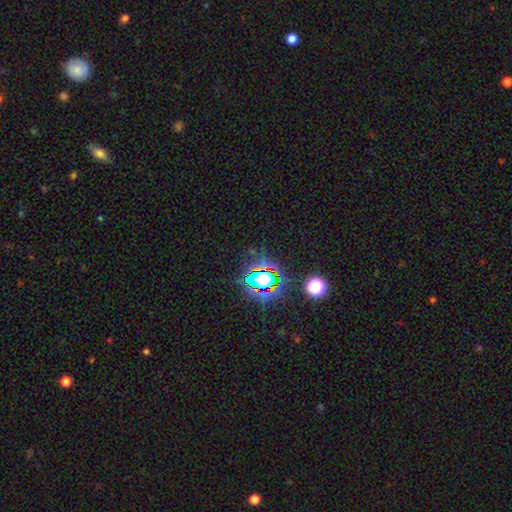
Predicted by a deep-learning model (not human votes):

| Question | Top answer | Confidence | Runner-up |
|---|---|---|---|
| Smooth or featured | star or artifact | 79% | smooth (13%) |